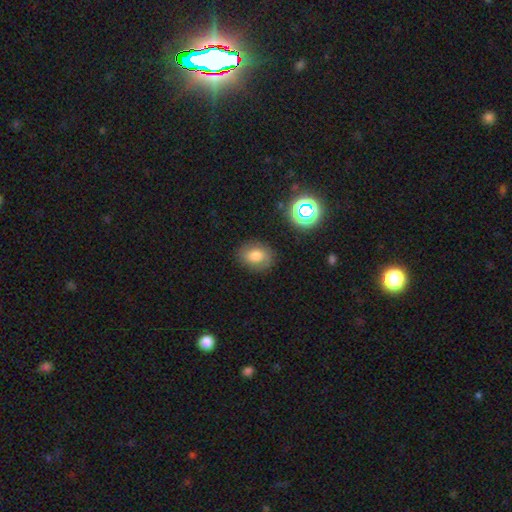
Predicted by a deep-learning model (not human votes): Smooth or featured? Predicted: smooth (p=0.67). How rounded? Predicted: in between (p=0.52). Merging? Predicted: none (p=0.80).